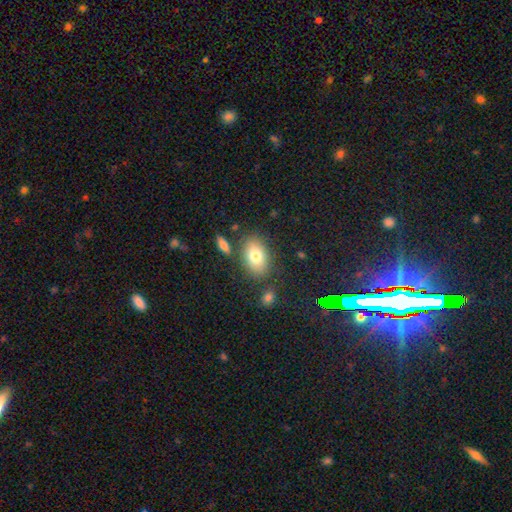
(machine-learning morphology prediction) This appears to be a smooth galaxy with no disk features (77%) that is in between round and cigar-shaped (85%). Merging: none (77%).